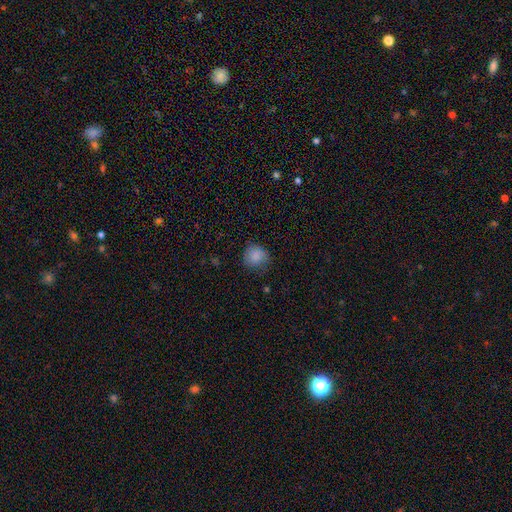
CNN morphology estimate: smooth_or_featured: smooth (p=0.86) [alt: star or artifact p=0.08]
how_rounded: round (p=0.86) [alt: in between p=0.13]
merging: none (p=0.74) [alt: minor disturbance p=0.20]